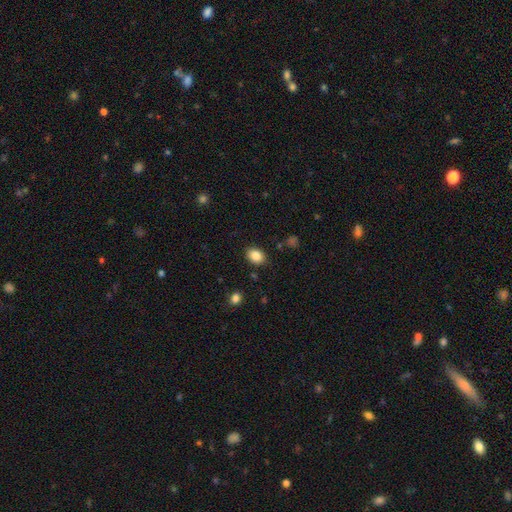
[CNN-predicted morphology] Overall: smooth (86%). How rounded: in between (69%; round 30%). Merging: none (85%).